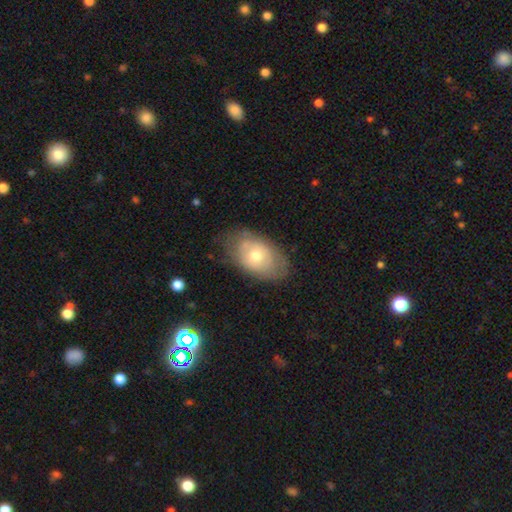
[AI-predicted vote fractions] The model was most divided on "smooth or featured": smooth: 51%, featured or disk: 42%, star or artifact: 7%. More confident: how rounded — in between (87%); merging — none (71%).